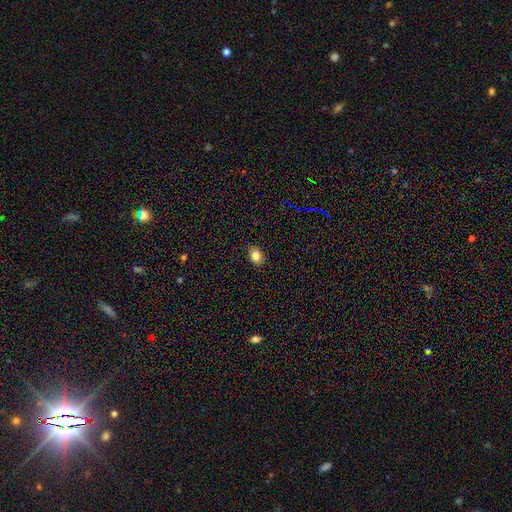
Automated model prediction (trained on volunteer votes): The model was most divided on "how rounded": in between: 53%, round: 46%, cigar-shaped: 1%. More confident: merging — none (89%); smooth or featured — smooth (82%).